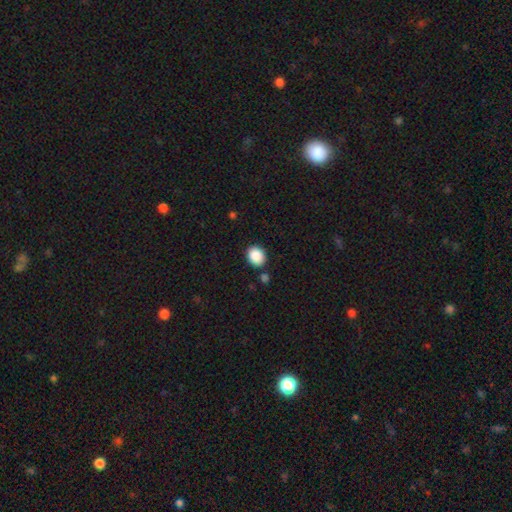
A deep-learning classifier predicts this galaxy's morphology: type=smooth (89%); roundness=round (55%); merging=none (82%).